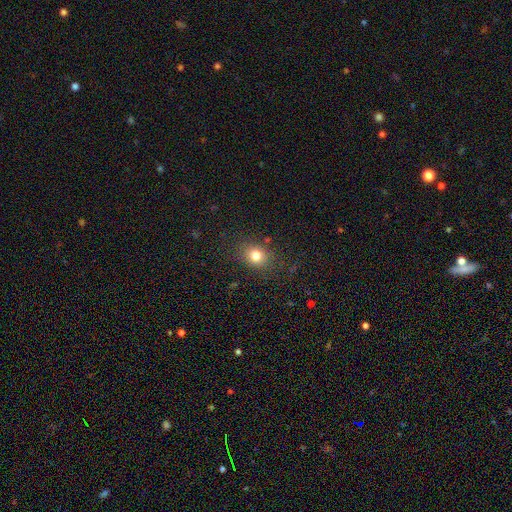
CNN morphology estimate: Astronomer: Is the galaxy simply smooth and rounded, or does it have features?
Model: smooth — 79%.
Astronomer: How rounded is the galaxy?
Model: round — 61% (runner-up: in between, 38%).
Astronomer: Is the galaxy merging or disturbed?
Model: none — 83%.